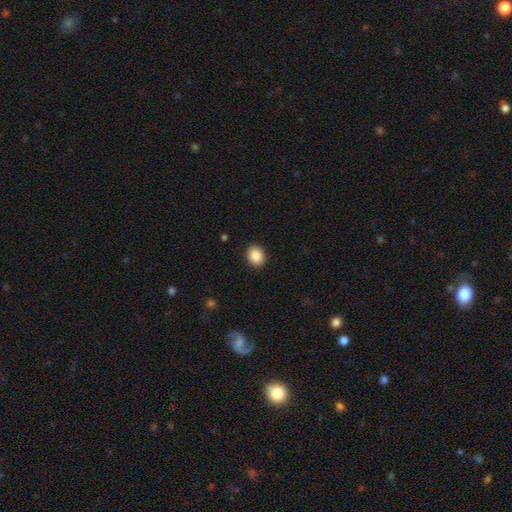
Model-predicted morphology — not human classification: Smooth or featured? Predicted: smooth (p=0.89). How rounded? Predicted: round (p=0.54). Merging? Predicted: none (p=0.90).